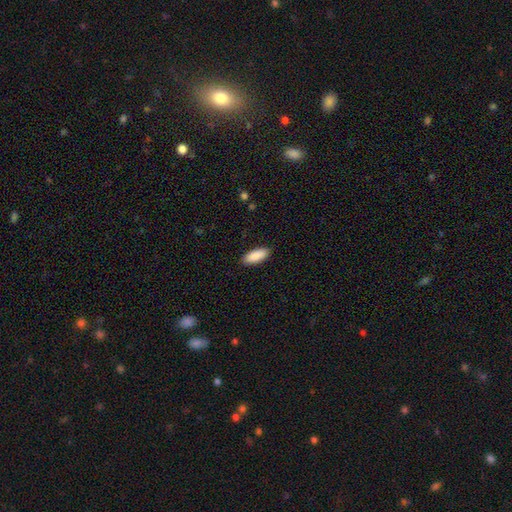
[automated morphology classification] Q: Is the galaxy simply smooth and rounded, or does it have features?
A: smooth — 90%.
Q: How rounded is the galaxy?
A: in between — 79%.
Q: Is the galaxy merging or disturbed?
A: none — 89%.